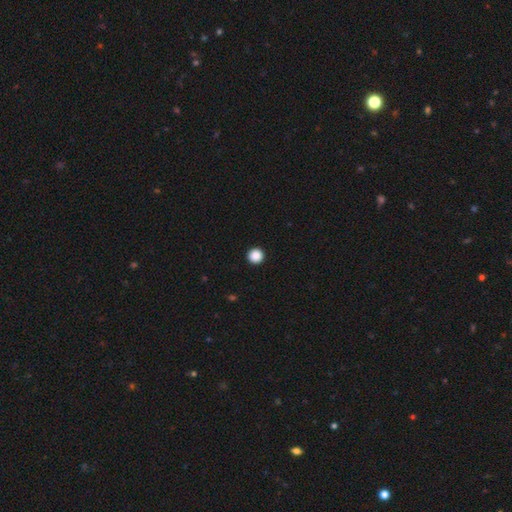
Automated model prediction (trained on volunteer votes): Overall: smooth (88%). How rounded: round (96%). Merging: none (94%).